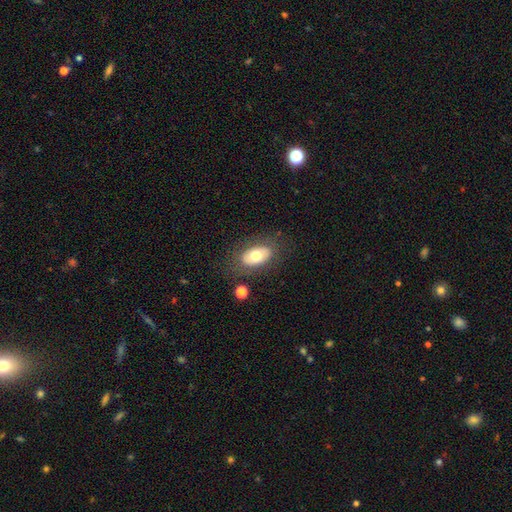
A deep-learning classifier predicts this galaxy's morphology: type=smooth (65%); roundness=in between (90%); merging=none (78%).